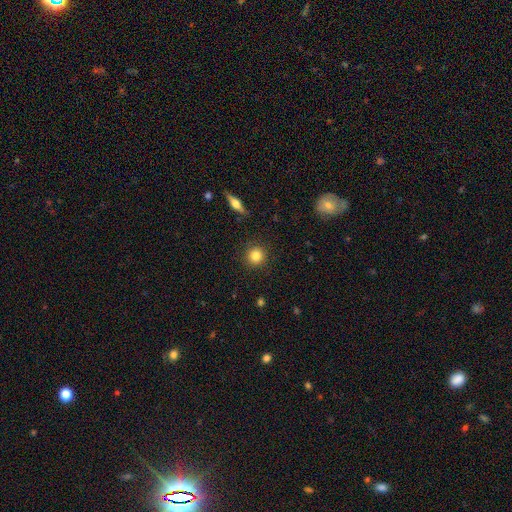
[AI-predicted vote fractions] This is clearly a smooth galaxy (83%). How rounded: clearly round (93%). Merging: clearly none (91%).